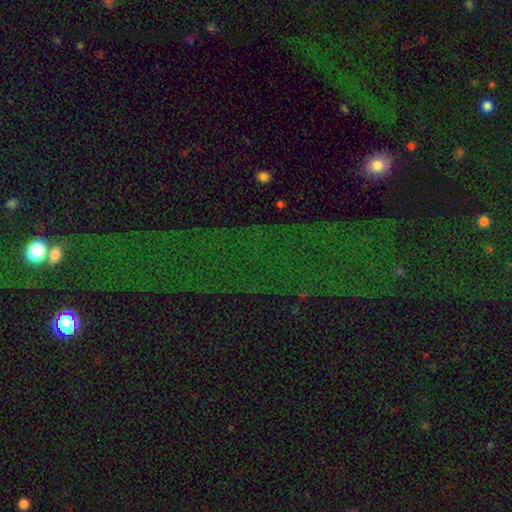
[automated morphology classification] Smooth or featured? Predicted: star or artifact (p=0.74).